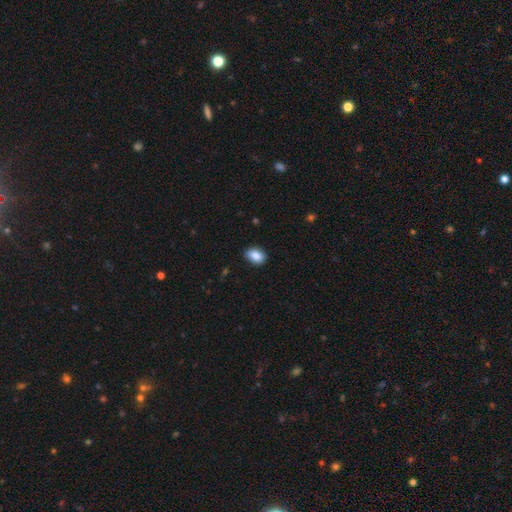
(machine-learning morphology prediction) The model was most divided on "how rounded": in between: 79%, round: 20%, cigar-shaped: 1%. More confident: smooth or featured — smooth (87%); merging — none (83%).